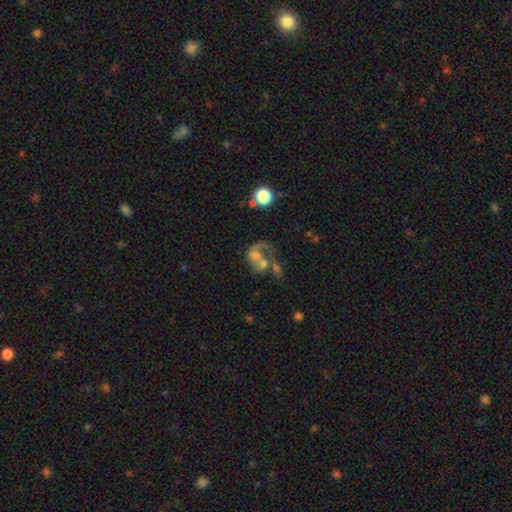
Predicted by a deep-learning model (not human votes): Smooth or featured? featured or disk (57%)
Edge-on disk? no (98%)
Bar? no (78%)
Spiral arms? yes (61%)
Bulge size? moderate (38%)
Merging? merger (52%)